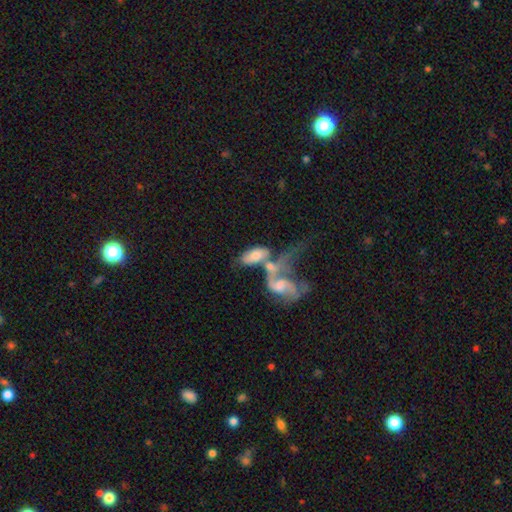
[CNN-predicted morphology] This is possibly a smooth galaxy (51%). How rounded: clearly in between (87%). Merging: likely merger (66%).